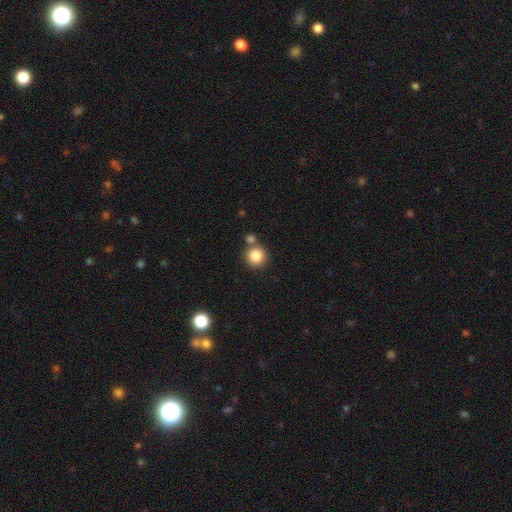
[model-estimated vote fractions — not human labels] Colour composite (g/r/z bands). It shows a smooth galaxy with no disk features (85%) that is round (93%). Merging: none (68%).